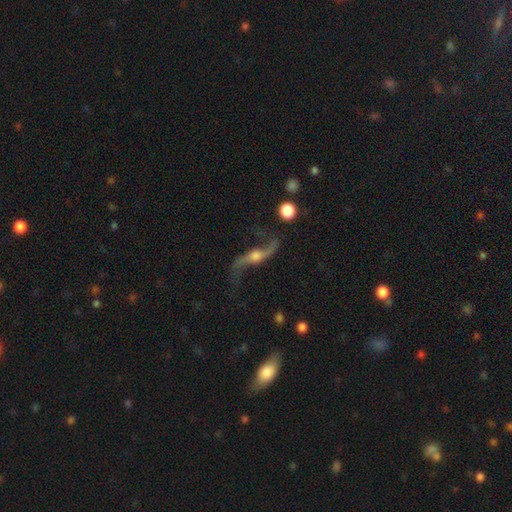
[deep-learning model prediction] A featured or disk galaxy (88%) with no bar (49%), 2 (94%) loose (92%) spiral arms (96%) and a moderate central bulge (55%).

Vote fractions:
- Smooth or featured? featured or disk: 88% / star or artifact: 7% / smooth: 5%
- Edge-on disk? no: 84% / yes: 16%
- Bar? no: 49% / weak: 31% / strong: 20%
- Spiral arms? yes: 96% / no: 4%
- Spiral winding? loose: 92% / medium: 6% / tight: 2%
- Spiral arm count? 2: 94% / 1: 2% / can't tell: 1% / 3: 1% / 4: 1% / more than 4: 1%
- Bulge size? moderate: 55% / small: 28% / large: 11% / none: 4% / dominant: 3%
- Merging? none: 76% / minor disturbance: 13% / major disturbance: 8% / merger: 3%